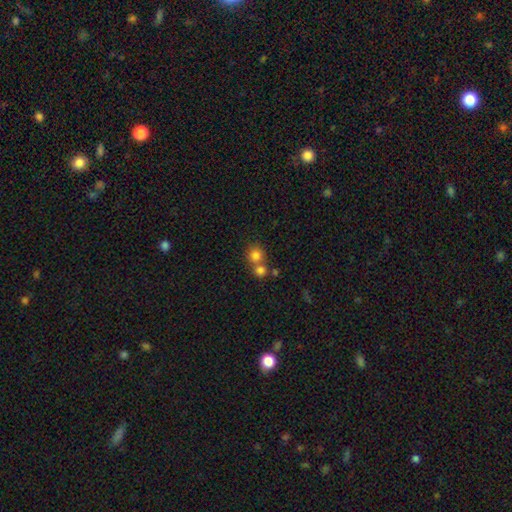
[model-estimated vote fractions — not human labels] smooth-or-featured: smooth: 79% | star or artifact: 13% | featured or disk: 8%
  how-rounded: round: 88% | in between: 11% | cigar-shaped: 1%
  merging: none: 50% | merger: 41% | minor disturbance: 6% | major disturbance: 3%